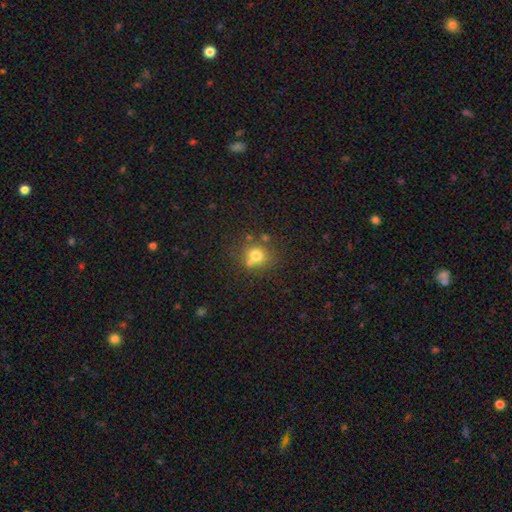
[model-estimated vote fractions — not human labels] This appears to be a smooth galaxy with no disk features (73%) that is round (81%). Merging: none (63%).